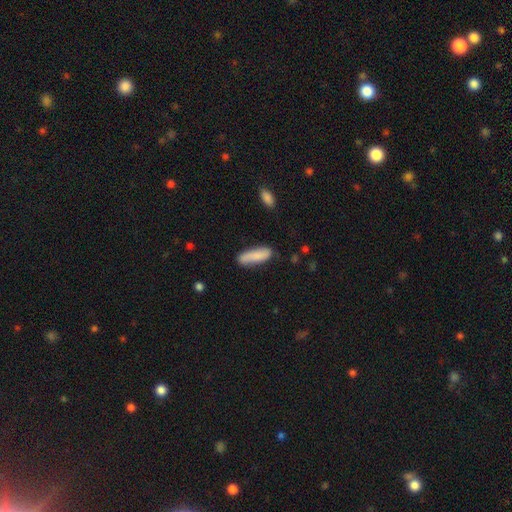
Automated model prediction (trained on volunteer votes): A smooth galaxy with no disk features (81%) that is in between round and cigar-shaped (52%). Merging: none (77%).